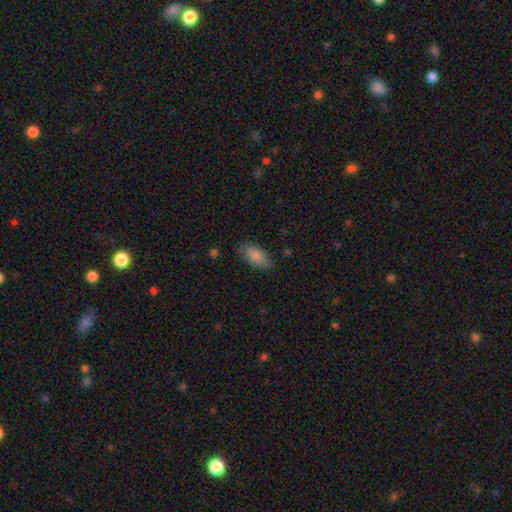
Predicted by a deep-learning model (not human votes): This appears to be a smooth galaxy with no disk features (87%) that is in between round and cigar-shaped (92%). Merging: none (78%).